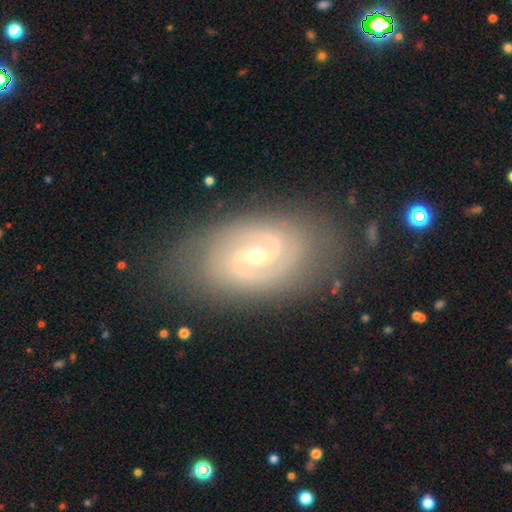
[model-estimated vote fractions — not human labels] A featured or disk galaxy (91%) with a weak bar (46%), 2 (89%) medium (45%, tied with tight) spiral arms (98%) and a small central bulge (58%). Merging: none (81%).